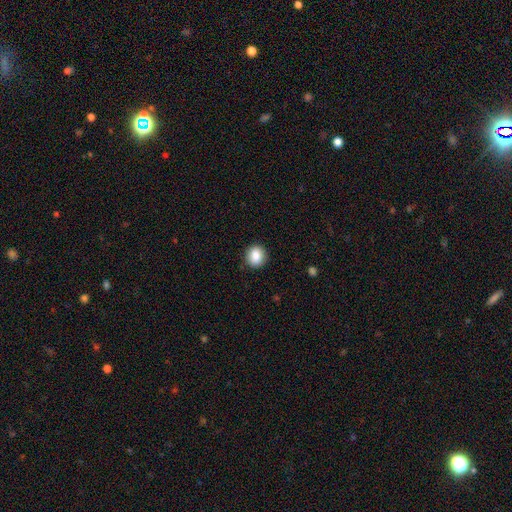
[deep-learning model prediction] The model was most divided on "how rounded": round: 79%, in between: 20%, cigar-shaped: 1%. More confident: merging — none (90%); smooth or featured — smooth (87%).